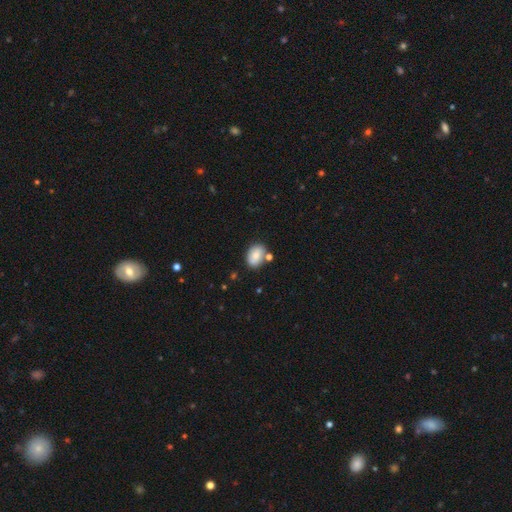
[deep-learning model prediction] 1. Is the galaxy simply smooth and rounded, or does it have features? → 79% smooth, 13% featured or disk, 8% star or artifact.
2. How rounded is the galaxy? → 80% in between, 18% round, 1% cigar-shaped.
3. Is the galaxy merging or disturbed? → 70% none, 15% minor disturbance, 12% merger, 3% major disturbance.